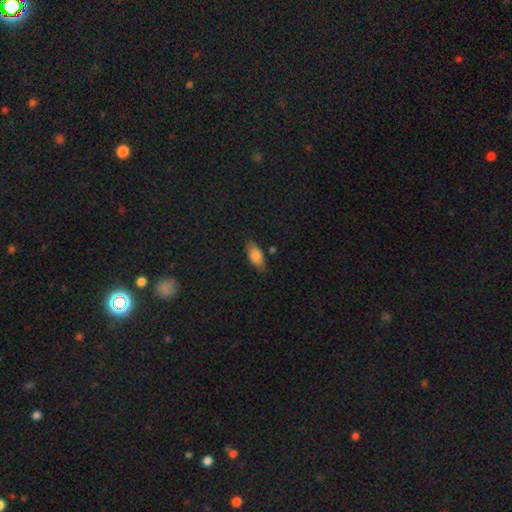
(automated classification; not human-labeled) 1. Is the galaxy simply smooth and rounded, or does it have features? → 82% smooth, 10% featured or disk, 9% star or artifact.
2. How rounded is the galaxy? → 88% in between, 9% cigar-shaped, 3% round.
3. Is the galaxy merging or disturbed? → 73% none, 20% minor disturbance, 4% major disturbance, 2% merger.